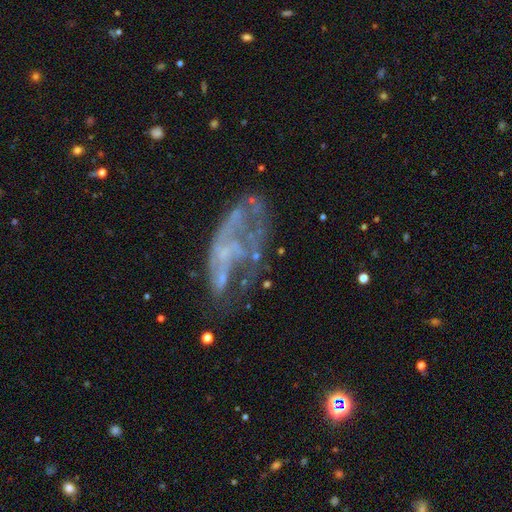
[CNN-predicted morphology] Smooth or featured? Predicted: featured or disk (p=0.64). Edge-on disk? Predicted: no (p=0.93). Bar? Predicted: no (p=0.85). Spiral arms? Predicted: no (p=0.73). Bulge size? Predicted: none (p=0.71). Merging? Predicted: none (p=0.36).